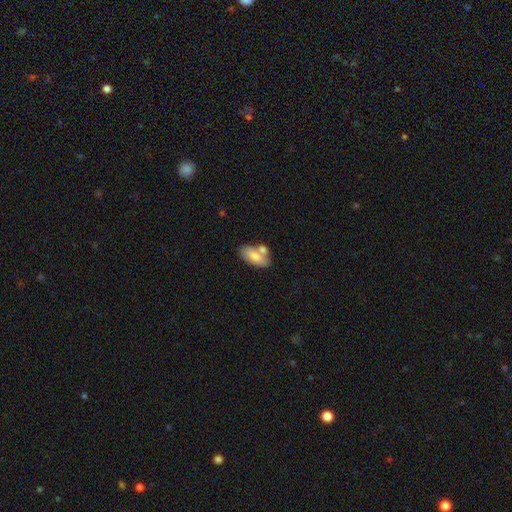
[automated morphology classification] This appears to be a smooth galaxy with no disk features (73%) that is in between round and cigar-shaped (89%). Merging: none (48%).